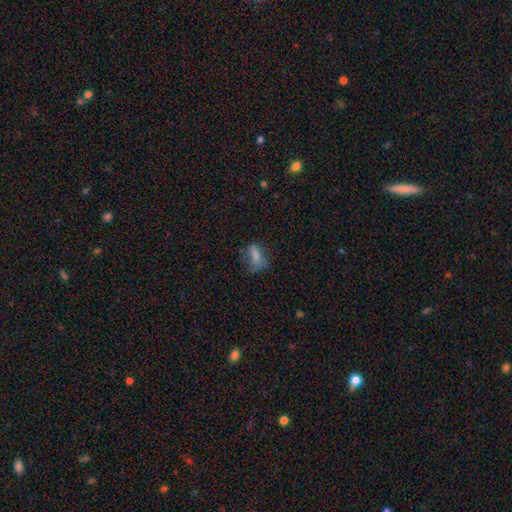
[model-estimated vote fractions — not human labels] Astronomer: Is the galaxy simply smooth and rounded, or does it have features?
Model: smooth — 70%.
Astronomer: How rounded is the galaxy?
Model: in between — 71%.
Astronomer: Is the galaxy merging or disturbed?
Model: none — 50% (runner-up: minor disturbance, 26%).